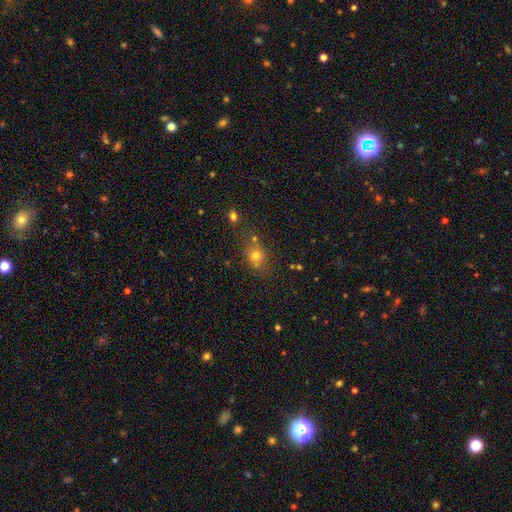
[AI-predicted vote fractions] A smooth galaxy with no disk features (68%) that is round (62%). Merging: none (67%).